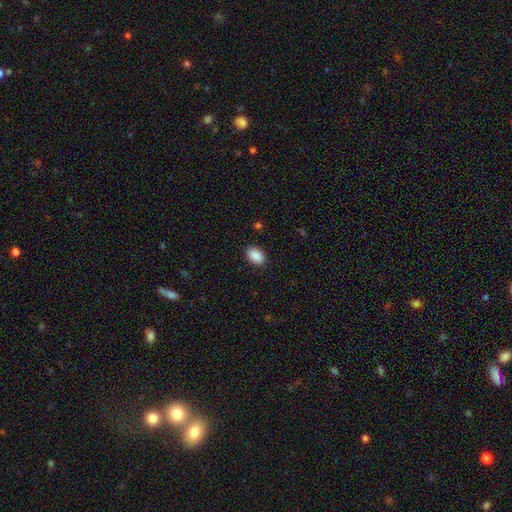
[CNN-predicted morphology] Smooth or featured? Predicted: smooth (p=0.90). How rounded? Predicted: in between (p=0.89). Merging? Predicted: none (p=0.89).